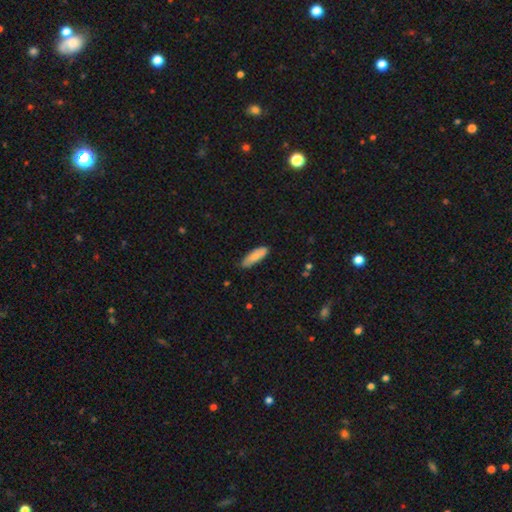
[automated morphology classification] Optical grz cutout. It shows a smooth galaxy with no disk features (78%) that is in between round and cigar-shaped (54%). Merging: none (83%).